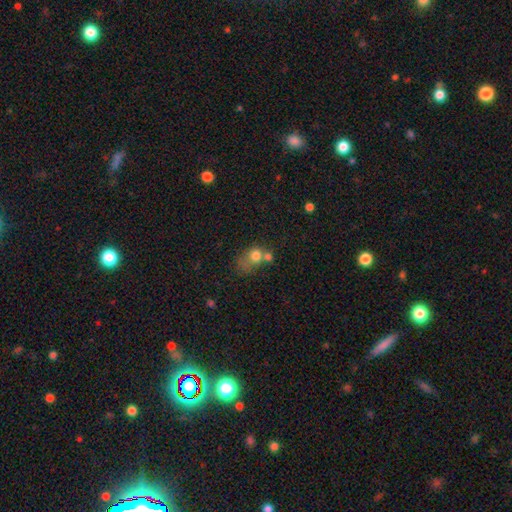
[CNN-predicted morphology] Smooth or featured: smooth — 72% (featured or disk — 16%)
How rounded: round — 57% (in between — 42%)
Merging: merger — 49% (none — 24%)